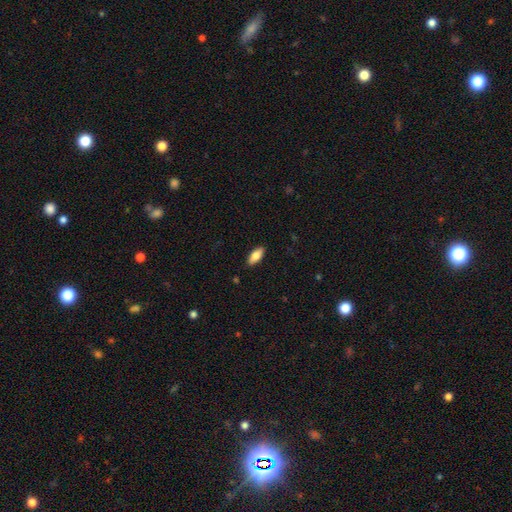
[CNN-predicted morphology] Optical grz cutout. It shows a smooth galaxy with no disk features (78%) that is in between round and cigar-shaped (82%). Merging: none (89%).